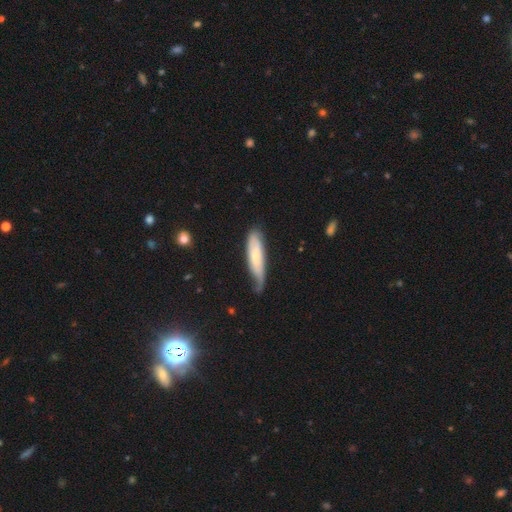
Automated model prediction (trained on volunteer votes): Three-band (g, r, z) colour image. It shows a smooth galaxy with no disk features (55%) that is cigar-shaped (66%). Merging: none (49%).